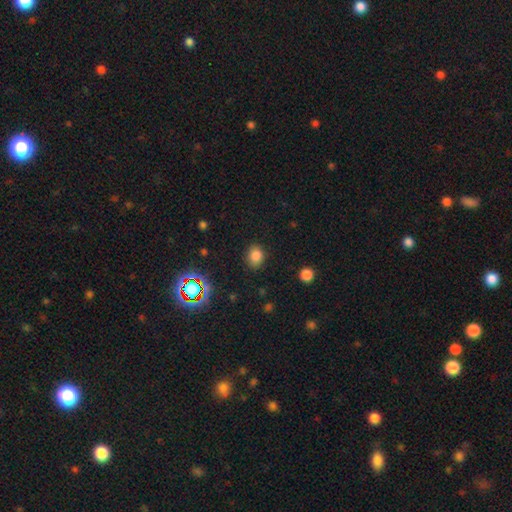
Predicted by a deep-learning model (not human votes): smooth-or-featured: smooth: 80% | star or artifact: 15% | featured or disk: 5%
  how-rounded: round: 53% | in between: 46% | cigar-shaped: 1%
  merging: none: 85% | minor disturbance: 11% | major disturbance: 3% | merger: 1%